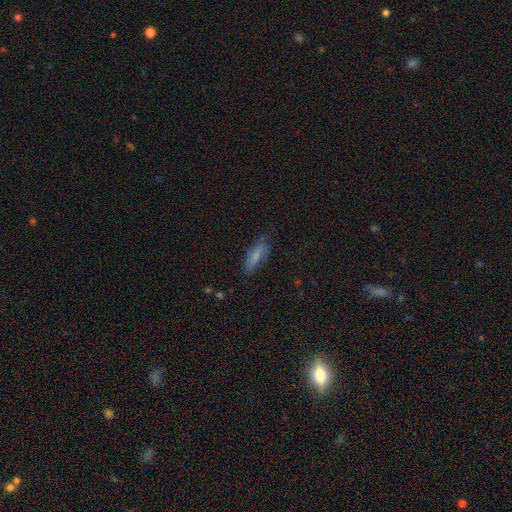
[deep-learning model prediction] Smooth or featured: smooth — 72% (featured or disk — 20%)
How rounded: in between — 61% (cigar-shaped — 37%)
Merging: none — 72% (minor disturbance — 21%)